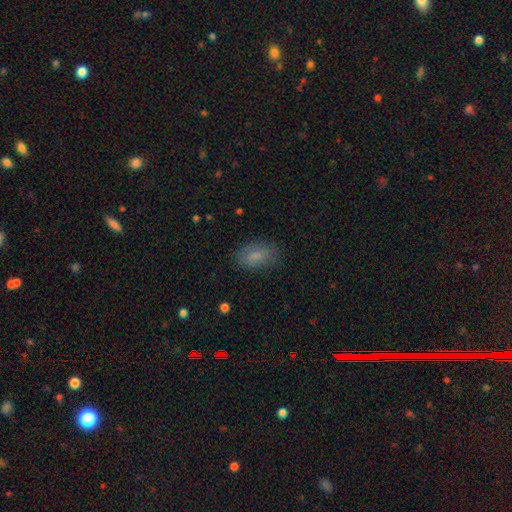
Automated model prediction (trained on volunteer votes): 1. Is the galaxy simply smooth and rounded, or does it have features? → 79% smooth, 12% featured or disk, 9% star or artifact.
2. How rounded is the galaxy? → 90% in between, 6% round, 4% cigar-shaped.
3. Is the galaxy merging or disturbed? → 78% none, 16% minor disturbance, 5% major disturbance, 1% merger.